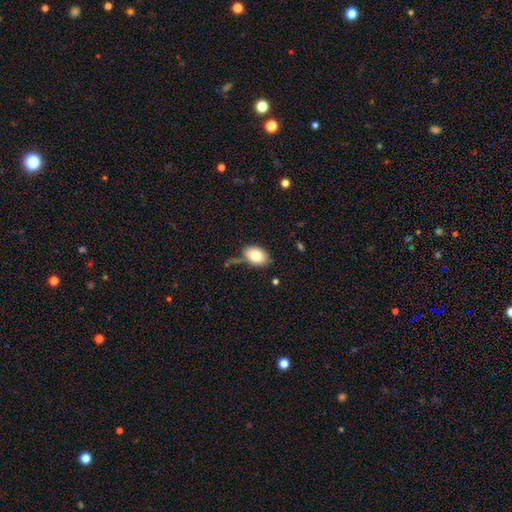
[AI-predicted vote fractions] smooth-or-featured: smooth: 84% | featured or disk: 9% | star or artifact: 8%
  how-rounded: in between: 83% | round: 15% | cigar-shaped: 1%
  merging: none: 65% | minor disturbance: 21% | major disturbance: 7% | merger: 7%